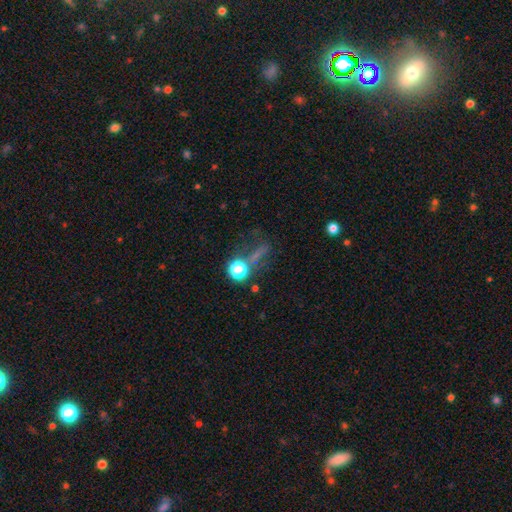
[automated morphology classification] Smooth or featured? star or artifact (43%)